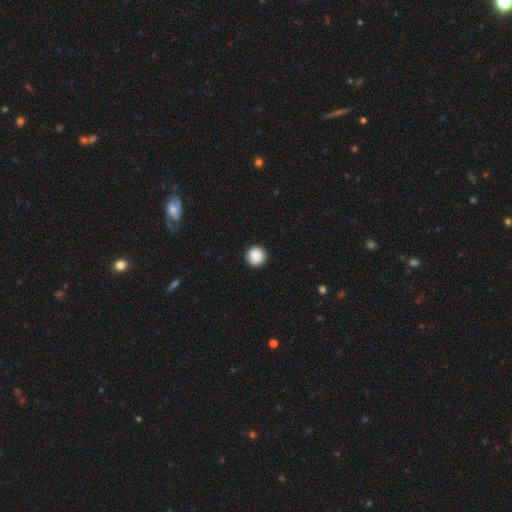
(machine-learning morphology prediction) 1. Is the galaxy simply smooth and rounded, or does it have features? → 89% smooth, 8% star or artifact, 3% featured or disk.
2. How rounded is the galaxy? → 96% round, 3% in between, 1% cigar-shaped.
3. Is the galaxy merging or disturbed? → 92% none, 5% minor disturbance, 2% major disturbance, 1% merger.